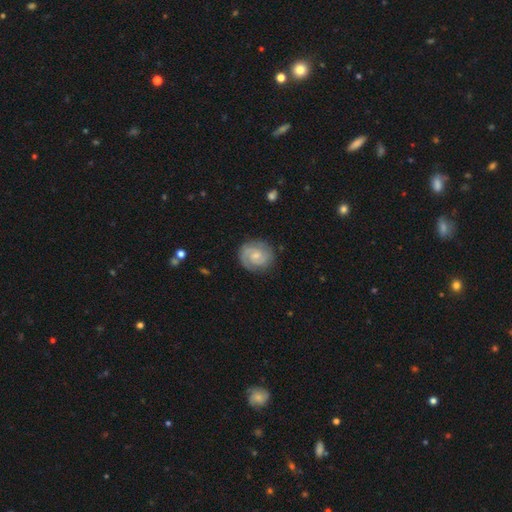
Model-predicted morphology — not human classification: This is clearly a featured or disk galaxy (81%). It is clearly not viewed edge-on (98%). Bar: possibly no (52%). Spiral arm pattern: clearly yes (96%). Spiral arm count: likely 2 (80%). Spiral winding: likely tight (61%). Central bulge: possibly small (56%). Merging: clearly none (83%).